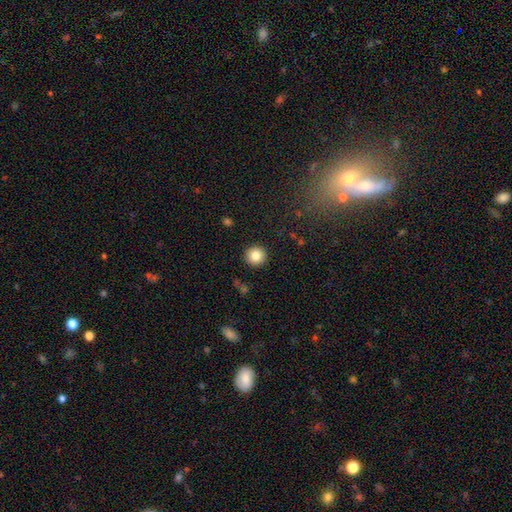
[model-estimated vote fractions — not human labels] The model was most divided on "smooth or featured": smooth: 83%, star or artifact: 10%, featured or disk: 7%. More confident: how rounded — round (95%); merging — none (92%).